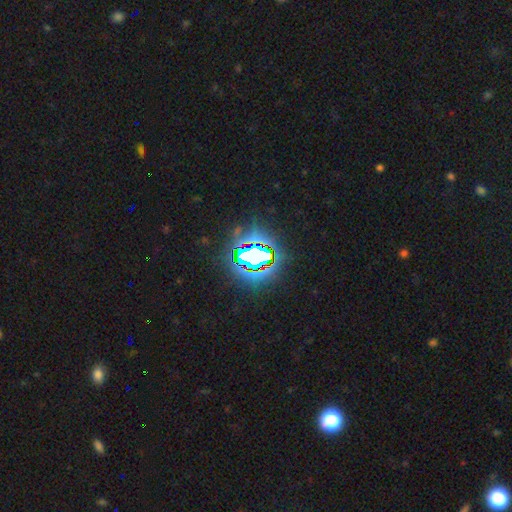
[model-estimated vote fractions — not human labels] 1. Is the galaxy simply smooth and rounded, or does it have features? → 84% star or artifact, 9% smooth, 7% featured or disk.